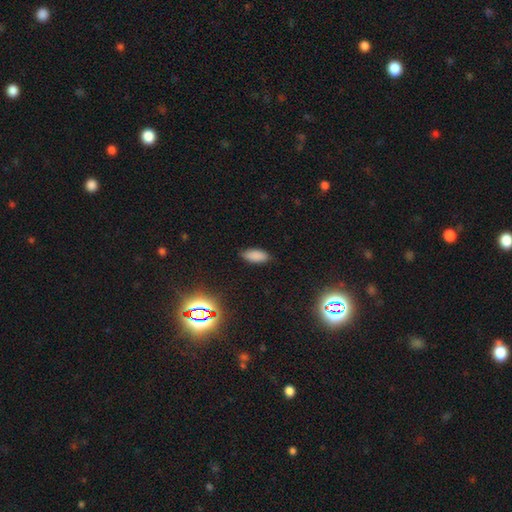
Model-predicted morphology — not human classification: smooth_or_featured: smooth (p=0.83) [alt: star or artifact p=0.12]
how_rounded: in between (p=0.86) [alt: cigar-shaped p=0.11]
merging: none (p=0.83) [alt: minor disturbance p=0.13]